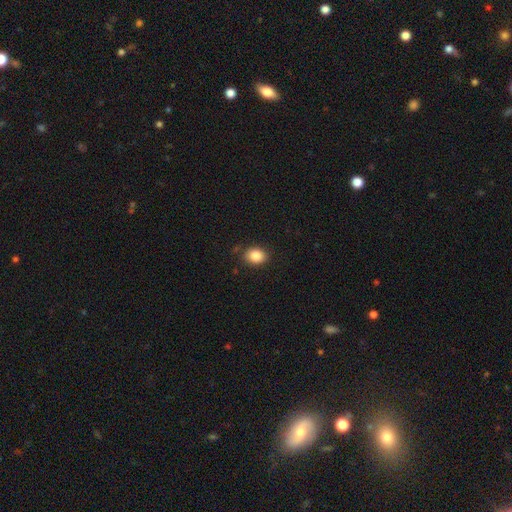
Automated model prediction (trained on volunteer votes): A smooth galaxy with no disk features (86%) that is in between round and cigar-shaped (56%).

Vote fractions:
- Smooth or featured? smooth: 86% / star or artifact: 9% / featured or disk: 5%
- How rounded? in between: 56% / round: 43% / cigar-shaped: 1%
- Merging? none: 84% / minor disturbance: 12% / major disturbance: 3% / merger: 2%